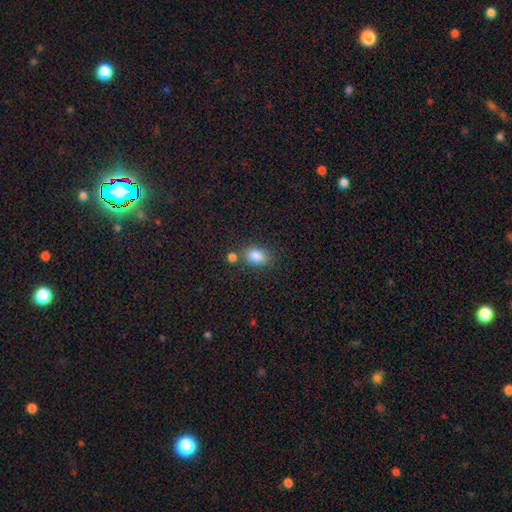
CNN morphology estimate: smooth-or-featured: smooth: 85% | star or artifact: 10% | featured or disk: 6%
  how-rounded: in between: 75% | round: 23% | cigar-shaped: 1%
  merging: none: 67% | merger: 15% | minor disturbance: 13% | major disturbance: 4%